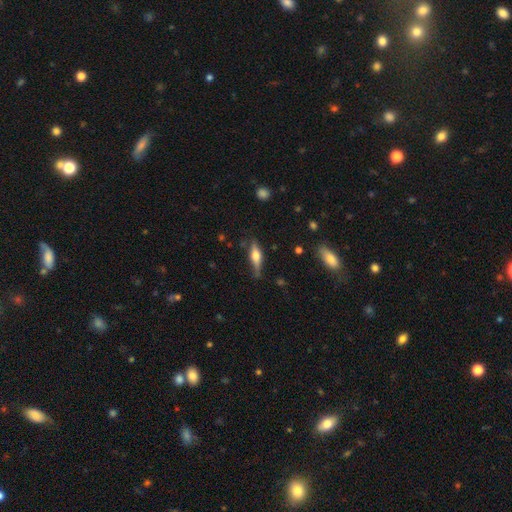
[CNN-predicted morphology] Overall: featured or disk (52%; smooth 41%). Edge-on disk: yes (93%). Merging: none (73%).